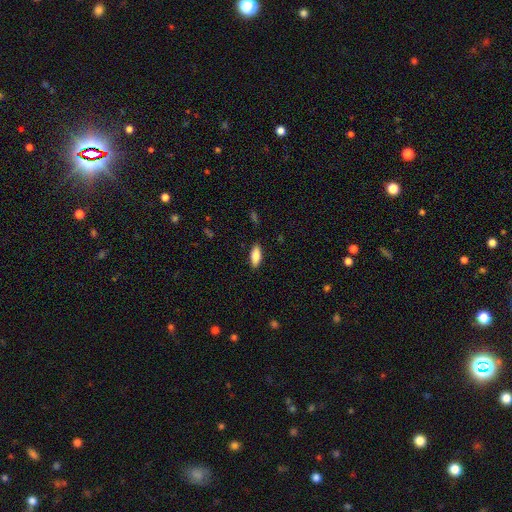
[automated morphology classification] A smooth galaxy with no disk features (82%) that is in between round and cigar-shaped (78%). Merging: none (88%).